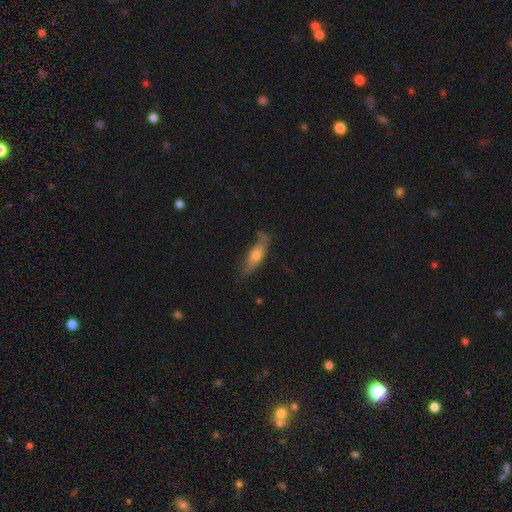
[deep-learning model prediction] The model was most divided on "how rounded": in between: 52%, cigar-shaped: 45%, round: 3%. More confident: merging — none (64%); smooth or featured — smooth (60%).